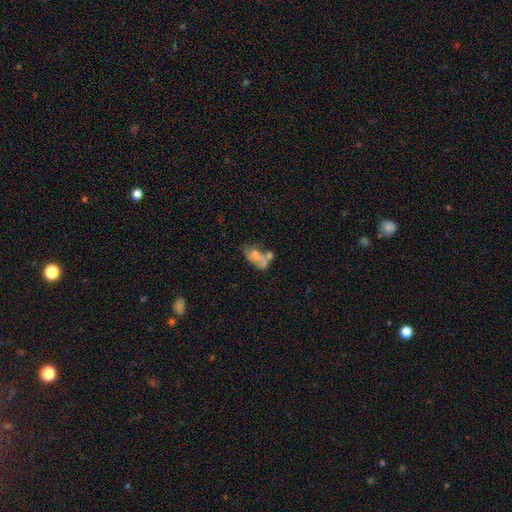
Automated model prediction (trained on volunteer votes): A smooth galaxy with no disk features (45%). Merging: none (41%).